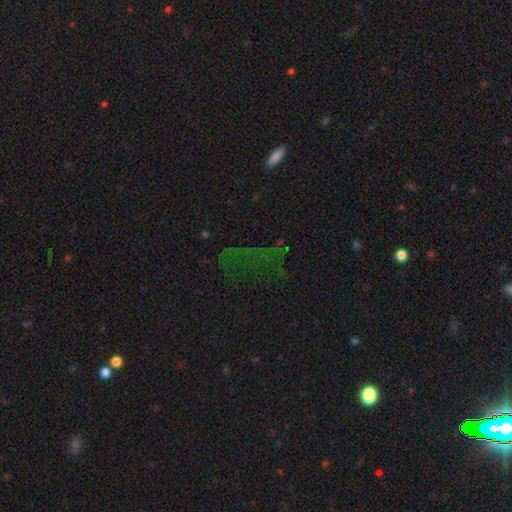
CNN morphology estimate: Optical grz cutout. It shows a star or artifact, not a galaxy (71%).